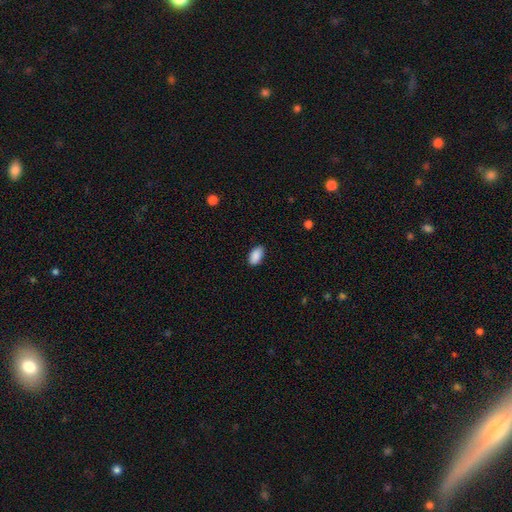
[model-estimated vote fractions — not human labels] Q: Smooth or featured?
A: smooth (90%); runner-up: star or artifact (7%)
Q: How rounded?
A: in between (94%); runner-up: round (3%)
Q: Merging?
A: none (85%); runner-up: minor disturbance (12%)